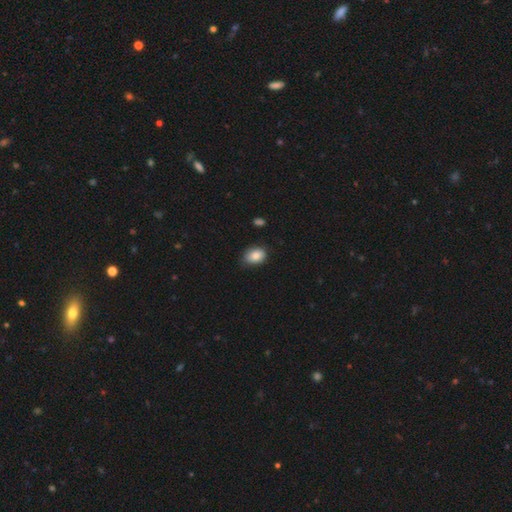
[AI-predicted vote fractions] Smooth or featured? smooth (84%)
How rounded? in between (77%)
Merging? none (76%)